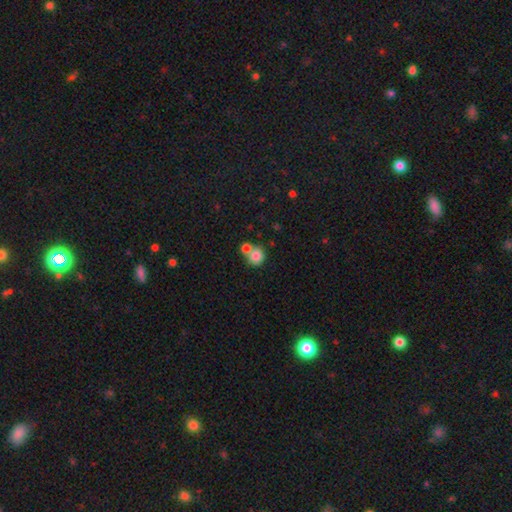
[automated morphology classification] smooth-or-featured: smooth: 81% | star or artifact: 10% | featured or disk: 9%
  how-rounded: round: 87% | in between: 12% | cigar-shaped: 1%
  merging: none: 48% | merger: 41% | minor disturbance: 8% | major disturbance: 3%